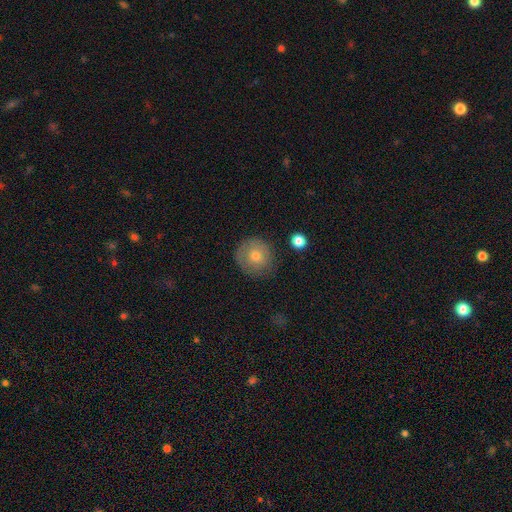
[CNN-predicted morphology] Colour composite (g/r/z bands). It shows a smooth galaxy with no disk features (67%) that is round (91%). Merging: none (80%).